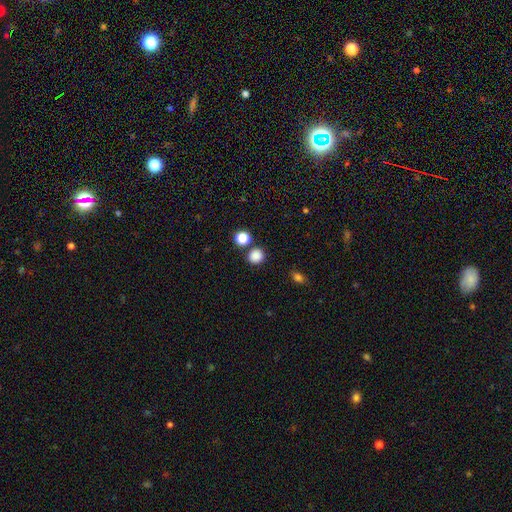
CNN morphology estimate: type=smooth (85%); roundness=round (88%); merging=none (81%).